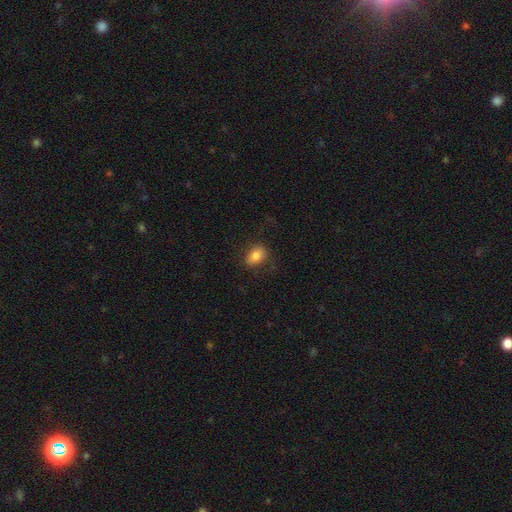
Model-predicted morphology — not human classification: The model was most divided on "how rounded": in between: 73%, round: 26%, cigar-shaped: 1%. More confident: smooth or featured — smooth (82%); merging — none (76%).